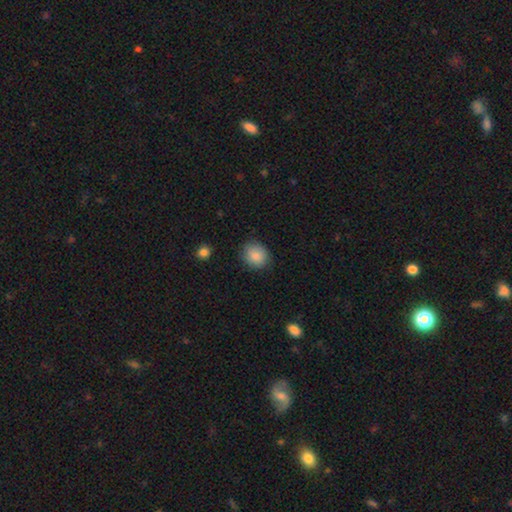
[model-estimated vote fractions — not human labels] A smooth galaxy with no disk features (87%) that is round (68%). Merging: none (83%).